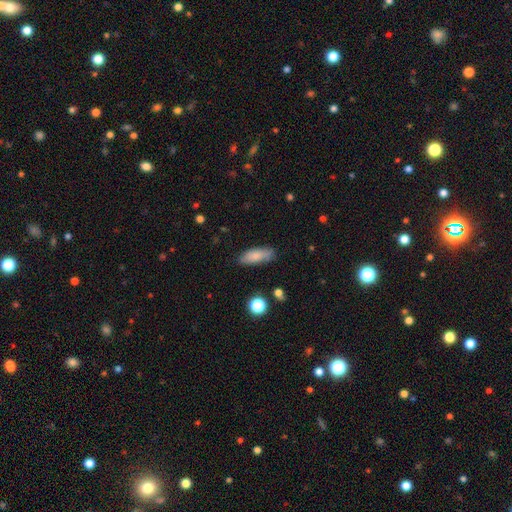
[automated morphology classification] Smooth or featured? smooth (80%)
How rounded? in between (69%)
Merging? none (79%)